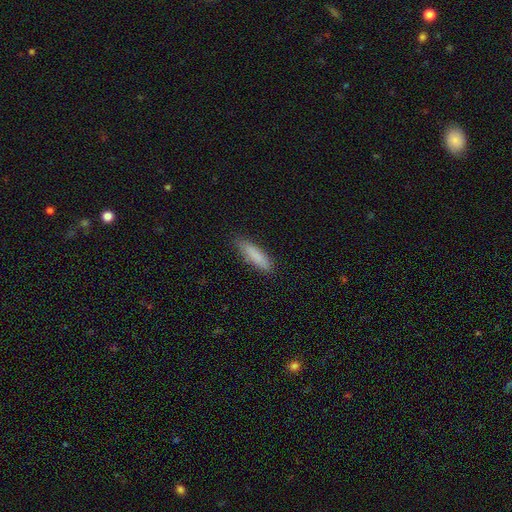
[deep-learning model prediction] Smooth or featured: smooth — 86% (featured or disk — 8%)
How rounded: cigar-shaped — 71% (in between — 27%)
Merging: none — 82% (minor disturbance — 14%)